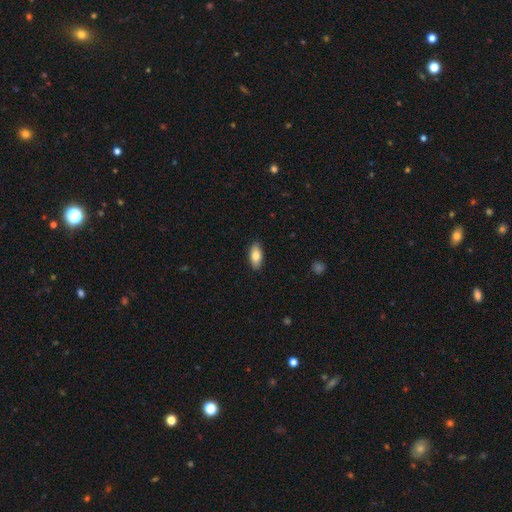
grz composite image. It shows a smooth galaxy with no disk features (92%) that is in between round and cigar-shaped (78%). Merging: none (77%).